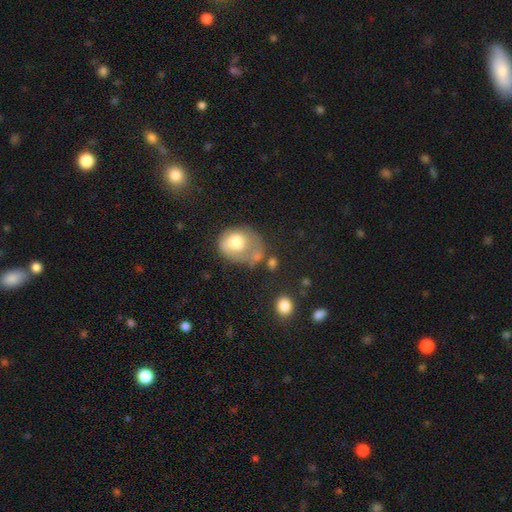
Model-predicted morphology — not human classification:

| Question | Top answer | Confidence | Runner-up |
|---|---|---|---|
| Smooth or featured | smooth | 61% | featured or disk (29%) |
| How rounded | round | 58% | in between (41%) |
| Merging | none | 31% | major disturbance (27%) |